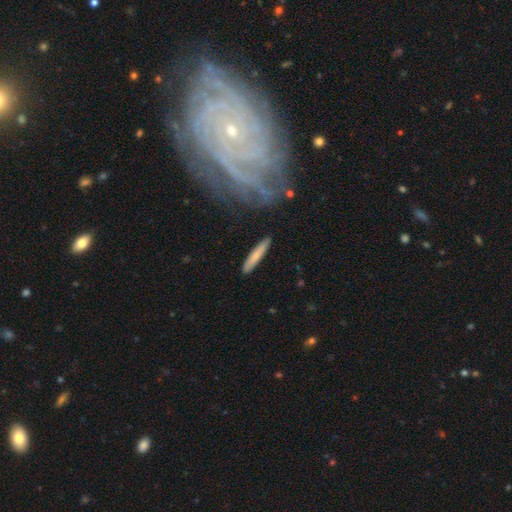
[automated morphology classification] Smooth or featured?
  - smooth: 72% *
  - featured or disk: 22%
  - star or artifact: 6%
How rounded?
  - cigar-shaped: 90% *
  - in between: 9%
  - round: 1%
Merging?
  - none: 88% *
  - minor disturbance: 9%
  - major disturbance: 2%
  - merger: 2%